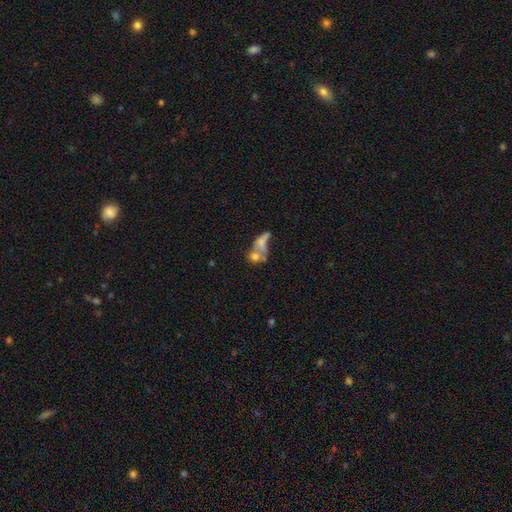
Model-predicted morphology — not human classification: Smooth or featured: smooth — 57% (featured or disk — 29%)
How rounded: in between — 59% (round — 32%)
Merging: merger — 53% (none — 20%)